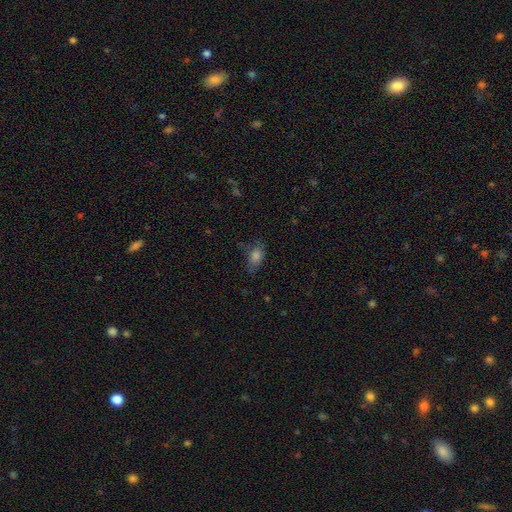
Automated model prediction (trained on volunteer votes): Q: Smooth or featured?
A: smooth (74%); runner-up: star or artifact (14%)
Q: How rounded?
A: in between (82%); runner-up: round (11%)
Q: Merging?
A: none (64%); runner-up: minor disturbance (24%)